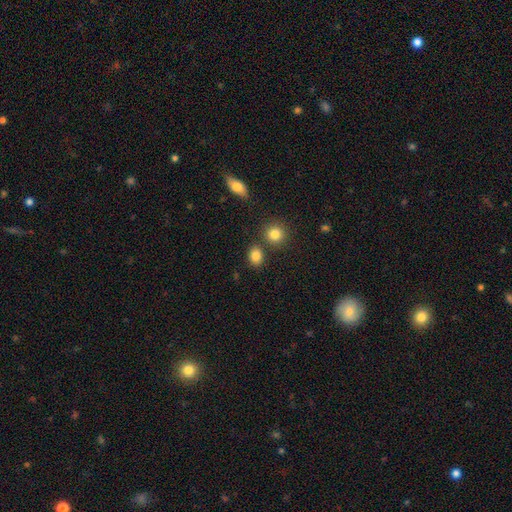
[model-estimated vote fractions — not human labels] Smooth or featured? Predicted: smooth (p=0.85). How rounded? Predicted: in between (p=0.54). Merging? Predicted: none (p=0.77).